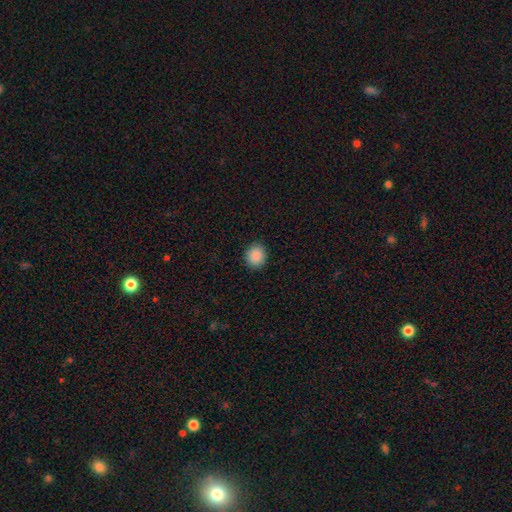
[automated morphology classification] smooth 89%, star or artifact 8%, featured or disk 3%. Down the decision tree: how rounded — round (76%); merging — none (90%).